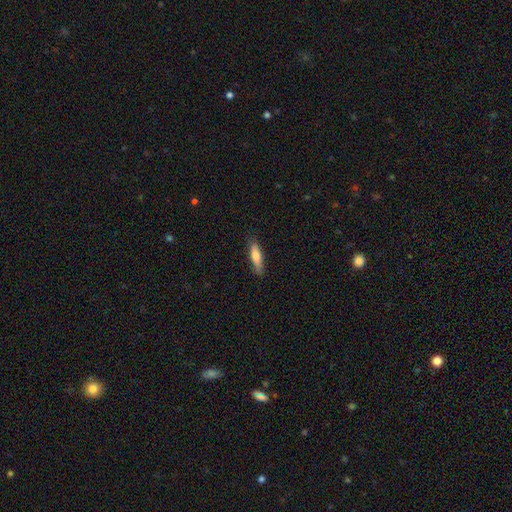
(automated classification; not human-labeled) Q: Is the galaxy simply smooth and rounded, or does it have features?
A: smooth — 70%.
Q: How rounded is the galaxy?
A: cigar-shaped — 70%.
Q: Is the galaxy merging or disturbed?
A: none — 81%.